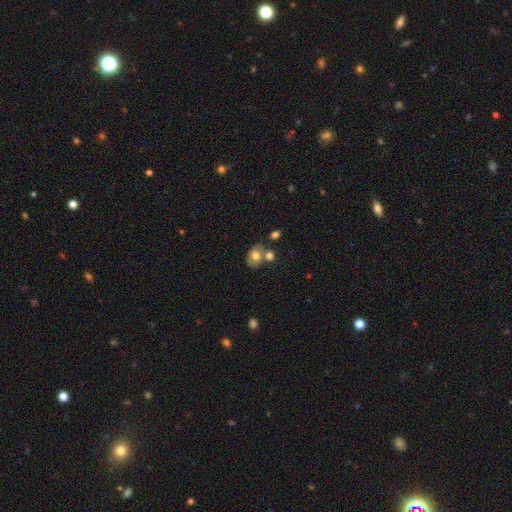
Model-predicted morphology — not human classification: type=smooth (67%); roundness=in between (58%); merging=none (51%).